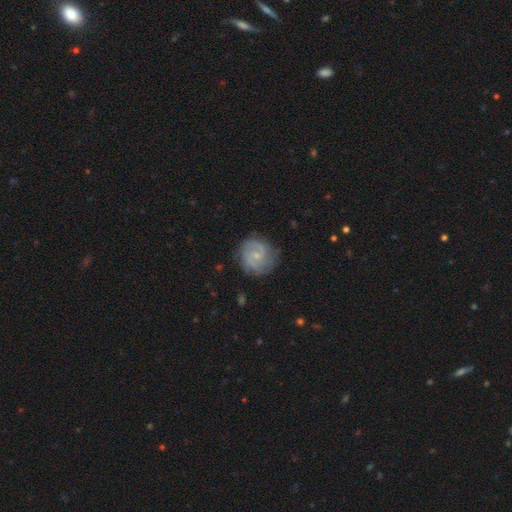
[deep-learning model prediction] featured or disk 65%, smooth 29%, star or artifact 7%. Down the decision tree: edge-on disk — no (98%); bar — no (60%); spiral arms — yes (89%); spiral arm count — 2 (63%); spiral winding — medium (42%); bulge size — small (72%); merging — none (76%).